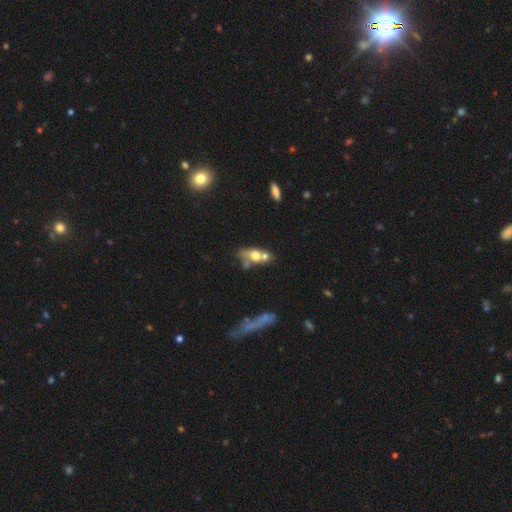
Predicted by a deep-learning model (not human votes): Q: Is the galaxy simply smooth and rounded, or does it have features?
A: smooth — 58%.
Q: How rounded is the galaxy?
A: in between — 64%.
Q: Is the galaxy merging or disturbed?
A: merger — 52%.